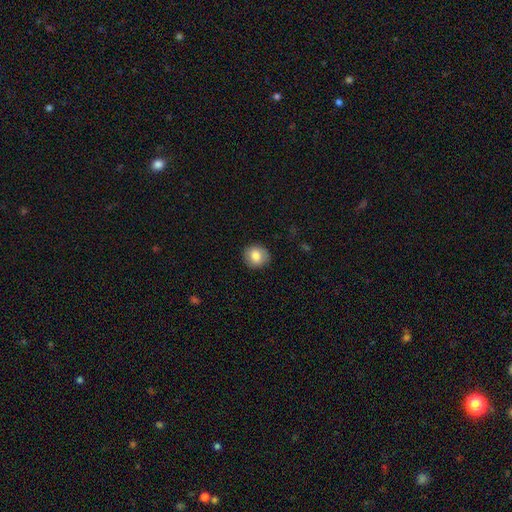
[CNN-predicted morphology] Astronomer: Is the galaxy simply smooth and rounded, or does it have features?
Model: smooth — 83%.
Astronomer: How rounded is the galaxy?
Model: round — 80%.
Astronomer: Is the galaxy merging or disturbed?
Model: none — 87%.